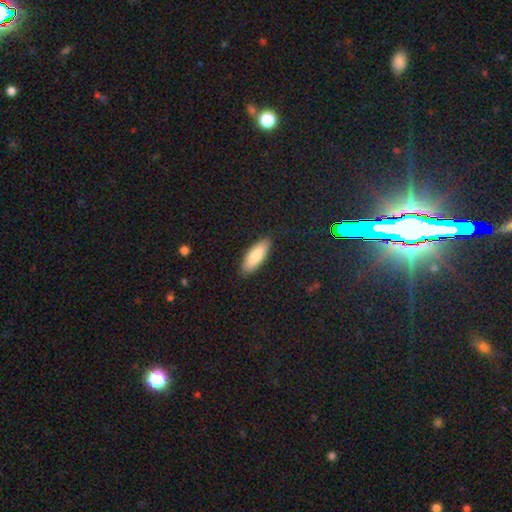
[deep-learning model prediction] Smooth or featured? smooth (85%)
How rounded? in between (71%)
Merging? none (87%)